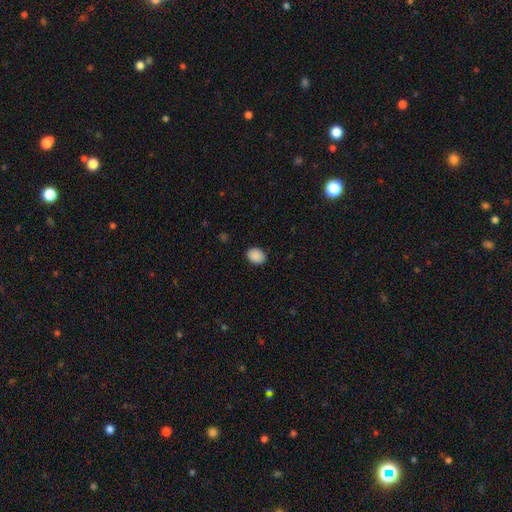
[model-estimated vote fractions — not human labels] The model was most divided on "how rounded": in between: 55%, round: 44%, cigar-shaped: 1%. More confident: smooth or featured — smooth (90%); merging — none (89%).